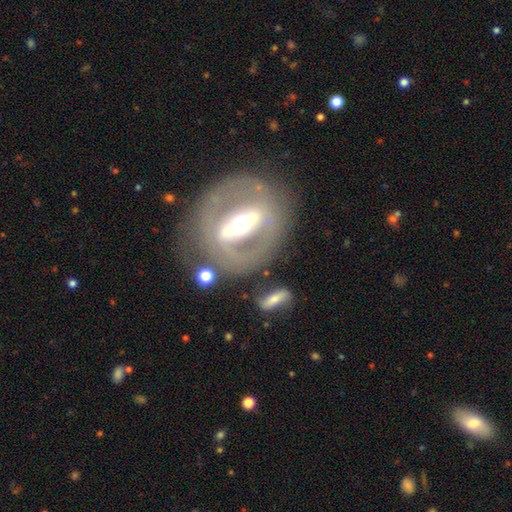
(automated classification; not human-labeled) This appears to be a featured or disk galaxy (79%) with a strong bar (73%), no spiral arms (63%) and a moderate central bulge (67%). Merging: none (70%).